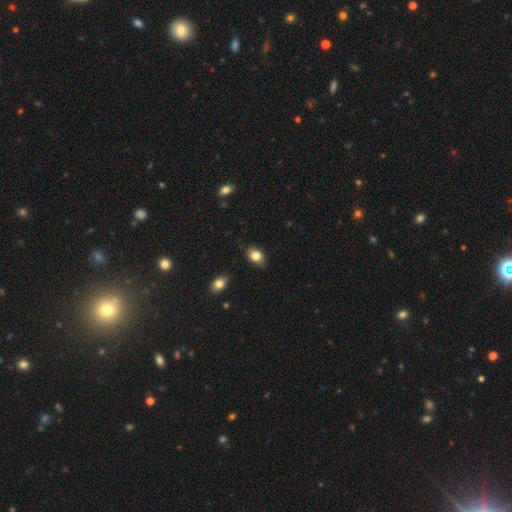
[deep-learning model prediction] A smooth galaxy with no disk features (81%) that is in between round and cigar-shaped (74%). Merging: none (67%).